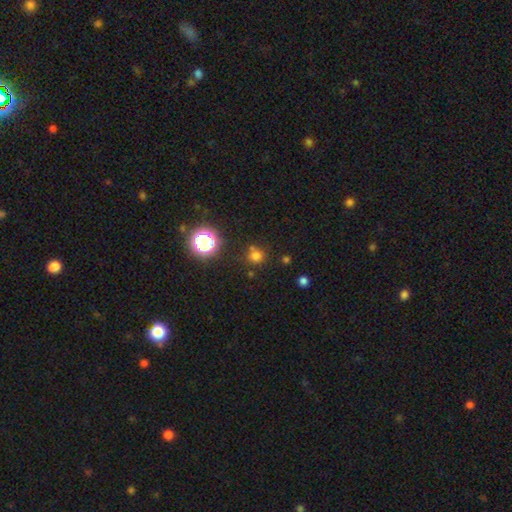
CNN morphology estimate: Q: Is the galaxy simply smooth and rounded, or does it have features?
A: smooth — 69%.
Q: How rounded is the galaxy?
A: round — 89%.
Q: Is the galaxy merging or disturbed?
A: none — 71%.